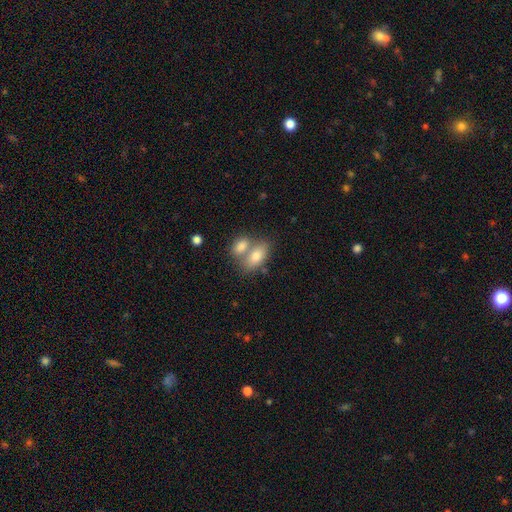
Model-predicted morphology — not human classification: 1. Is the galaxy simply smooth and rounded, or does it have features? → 78% smooth, 14% featured or disk, 7% star or artifact.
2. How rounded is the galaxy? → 87% in between, 8% round, 4% cigar-shaped.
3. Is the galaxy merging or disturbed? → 55% merger, 33% none, 8% minor disturbance, 3% major disturbance.